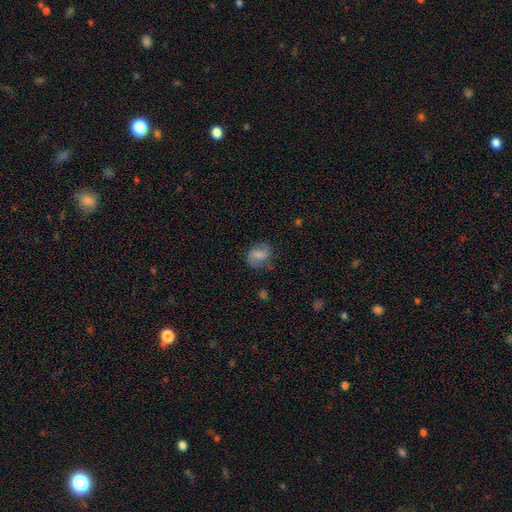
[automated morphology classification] A featured or disk galaxy (46%). Merging: none (72%).